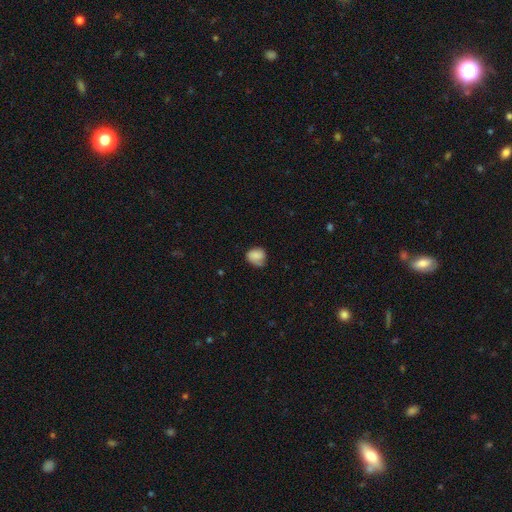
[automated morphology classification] A smooth galaxy with no disk features (79%) that is round (63%). Merging: none (53%).